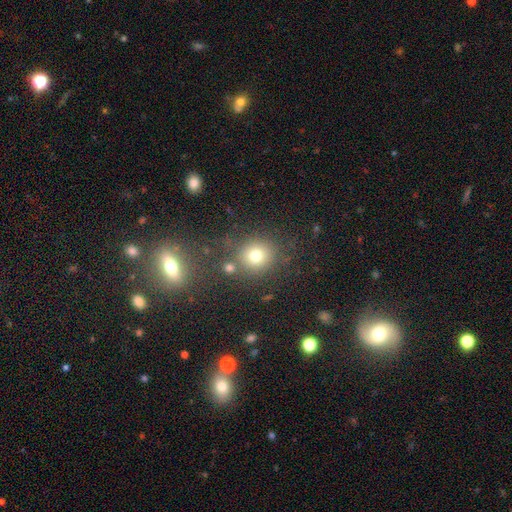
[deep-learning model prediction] Smooth or featured? smooth (73%)
How rounded? round (87%)
Merging? none (73%)